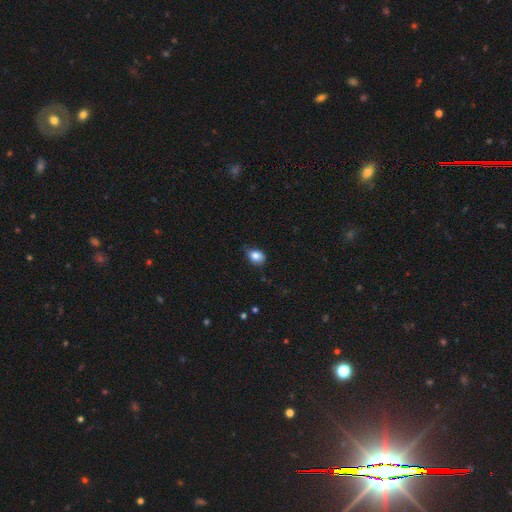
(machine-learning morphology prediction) The model was most divided on "merging": none: 55%, minor disturbance: 36%, major disturbance: 7%, merger: 2%. More confident: smooth or featured — smooth (84%); how rounded — in between (66%).